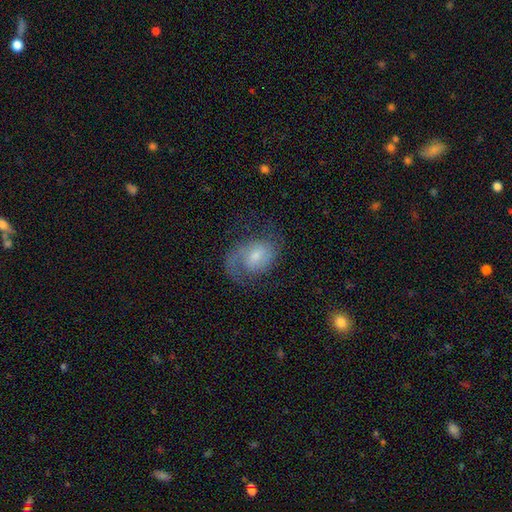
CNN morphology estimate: smooth_or_featured: featured or disk (p=0.75) [alt: smooth p=0.17]
disk_edge_on: no (p=0.97) [alt: yes p=0.03]
bar: weak (p=0.46) [alt: no p=0.45]
has_spiral_arms: yes (p=0.93) [alt: no p=0.07]
spiral_winding: medium (p=0.47) [alt: tight p=0.28]
spiral_arm_count: 2 (p=0.54) [alt: 1 p=0.33]
bulge_size: small (p=0.48) [alt: moderate p=0.41]
merging: none (p=0.60) [alt: minor disturbance p=0.19]